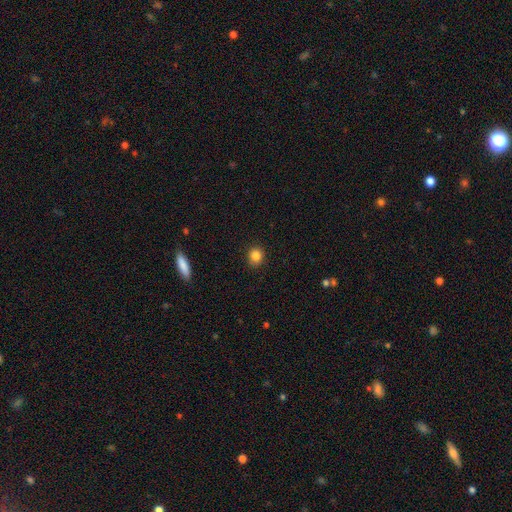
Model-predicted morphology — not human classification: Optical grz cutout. It shows a smooth galaxy with no disk features (85%) that is round (80%). Merging: none (90%).